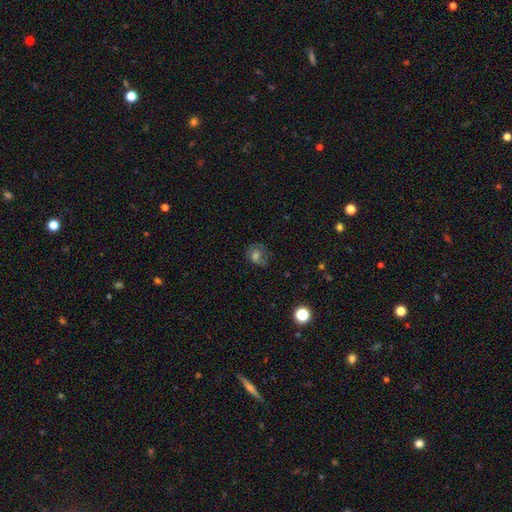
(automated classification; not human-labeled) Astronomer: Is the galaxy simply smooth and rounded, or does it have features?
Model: smooth — 55%.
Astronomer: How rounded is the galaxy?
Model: round — 66%.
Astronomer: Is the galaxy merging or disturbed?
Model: none — 52%.